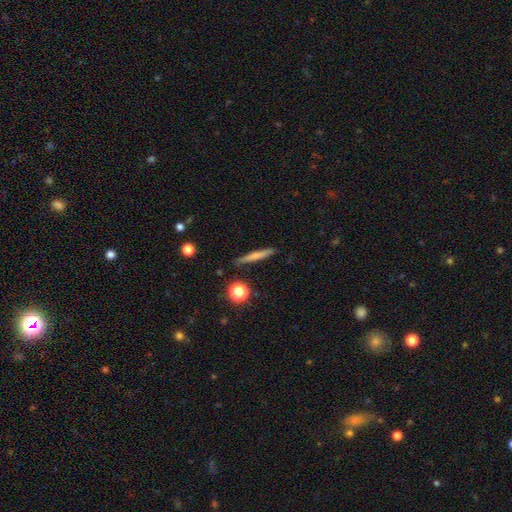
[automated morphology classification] Smooth or featured: smooth — 65% (featured or disk — 27%)
How rounded: cigar-shaped — 93% (in between — 5%)
Merging: none — 86% (minor disturbance — 10%)